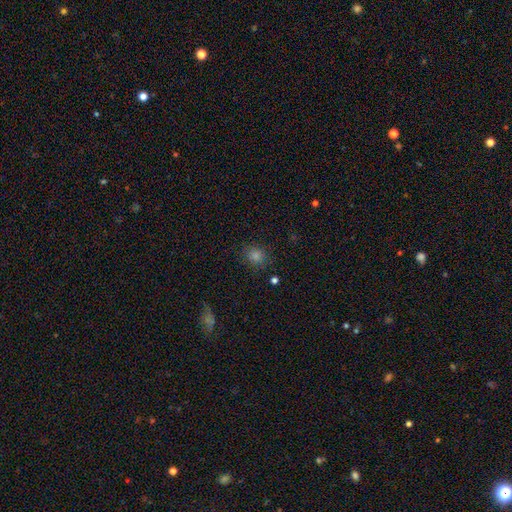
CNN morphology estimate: Q: Smooth or featured?
A: smooth (72%); runner-up: star or artifact (21%)
Q: How rounded?
A: round (80%); runner-up: in between (19%)
Q: Merging?
A: none (87%); runner-up: minor disturbance (8%)